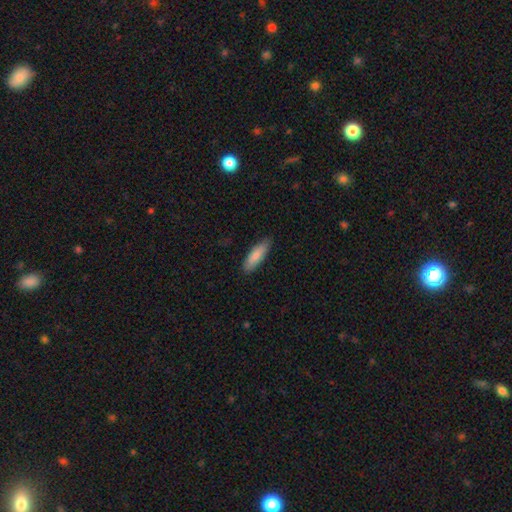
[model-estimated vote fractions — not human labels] Q: Smooth or featured?
A: smooth (85%); runner-up: featured or disk (9%)
Q: How rounded?
A: cigar-shaped (52%); runner-up: in between (47%)
Q: Merging?
A: none (85%); runner-up: minor disturbance (11%)